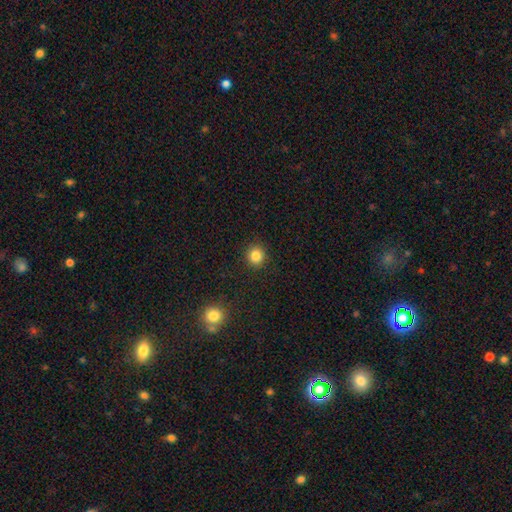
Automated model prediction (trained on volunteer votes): Smooth or featured: smooth — 84% (star or artifact — 12%)
How rounded: round — 91% (in between — 8%)
Merging: none — 91% (minor disturbance — 6%)